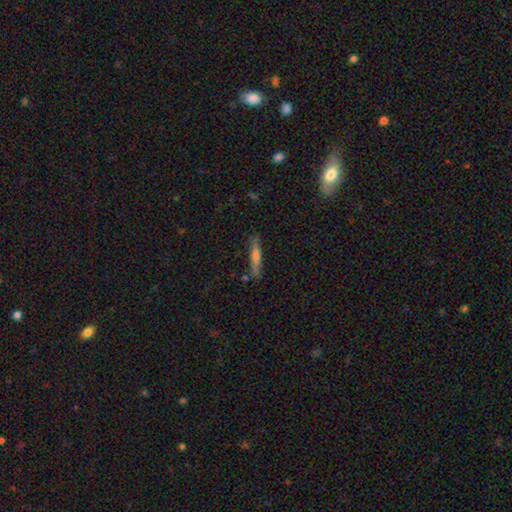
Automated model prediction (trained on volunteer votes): Q: Smooth or featured?
A: featured or disk (54%); runner-up: smooth (38%)
Q: Edge-on disk?
A: yes (95%); runner-up: no (5%)
Q: Edge-on bulge?
A: rounded (72%); runner-up: none (19%)
Q: Merging?
A: none (85%); runner-up: minor disturbance (10%)